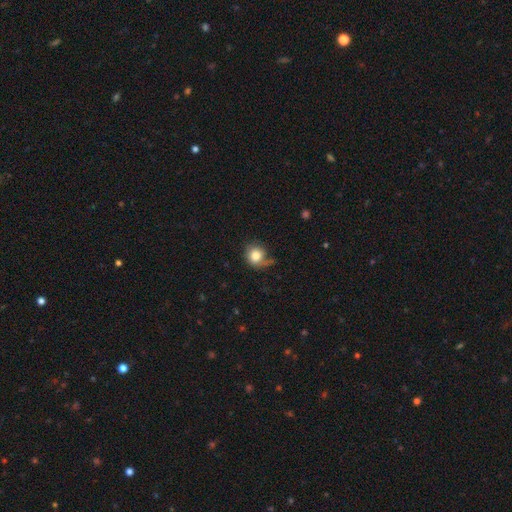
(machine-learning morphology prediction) Smooth or featured? Predicted: smooth (p=0.81). How rounded? Predicted: round (p=0.83). Merging? Predicted: none (p=0.57).